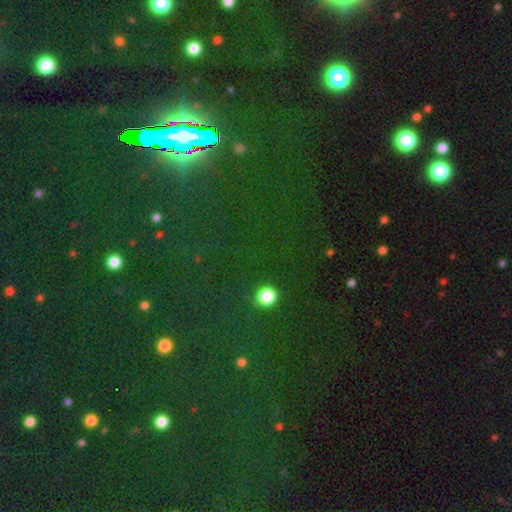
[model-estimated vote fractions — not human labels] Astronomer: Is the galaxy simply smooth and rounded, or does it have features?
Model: star or artifact — 77%.